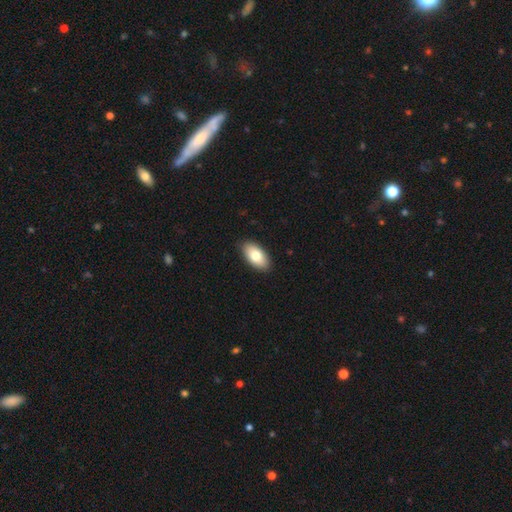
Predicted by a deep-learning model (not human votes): Smooth or featured? Predicted: smooth (p=0.78). How rounded? Predicted: in between (p=0.94). Merging? Predicted: none (p=0.89).